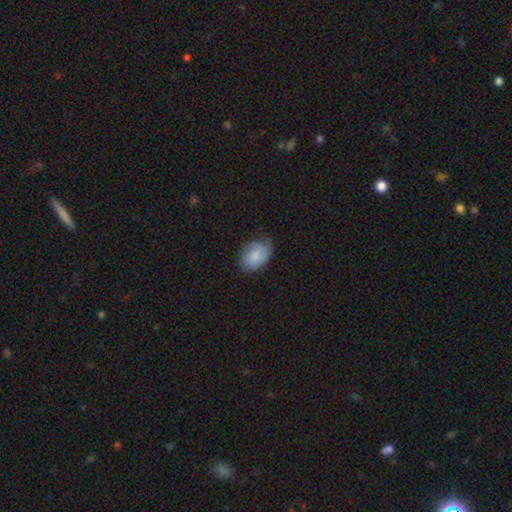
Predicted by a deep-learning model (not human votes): The model was most divided on "merging": none: 58%, minor disturbance: 32%, major disturbance: 9%, merger: 1%. More confident: how rounded — in between (85%); smooth or featured — smooth (76%).